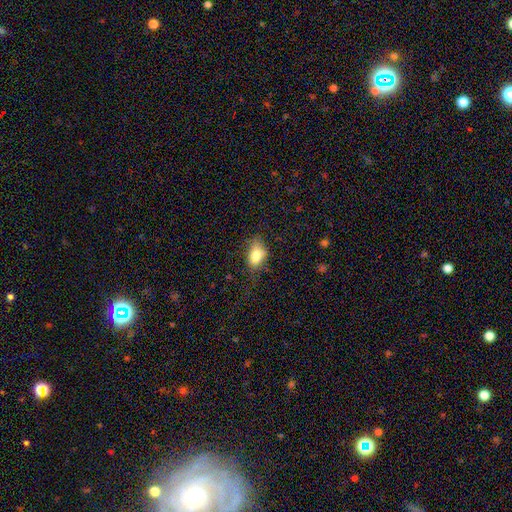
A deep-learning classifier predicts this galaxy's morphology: smooth 79%, featured or disk 12%, star or artifact 9%. Down the decision tree: how rounded — in between (83%); merging — none (56%).